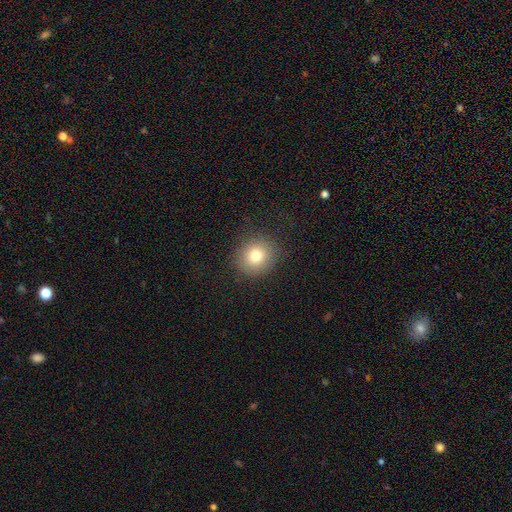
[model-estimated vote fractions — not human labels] Morphology: type=smooth (77%); roundness=round (86%); merging=none (88%).